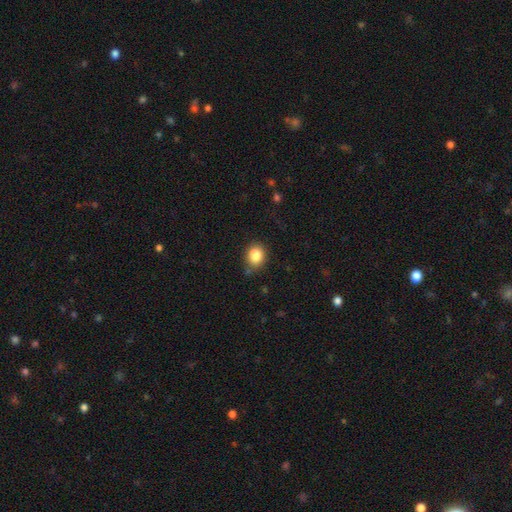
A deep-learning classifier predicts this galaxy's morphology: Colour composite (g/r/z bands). It shows a smooth galaxy with no disk features (85%) that is round (61%). Merging: none (71%).